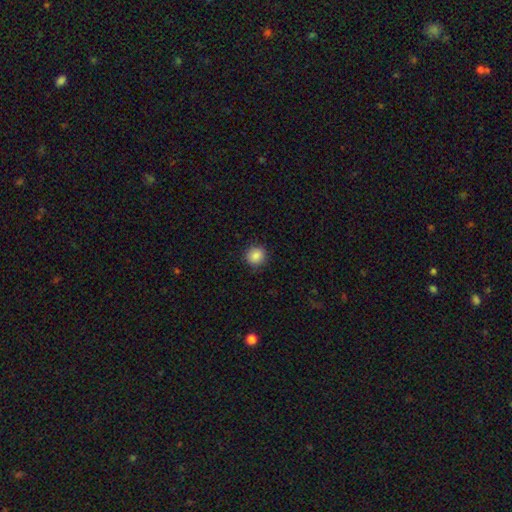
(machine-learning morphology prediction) Smooth or featured? smooth (87%)
How rounded? round (90%)
Merging? none (90%)